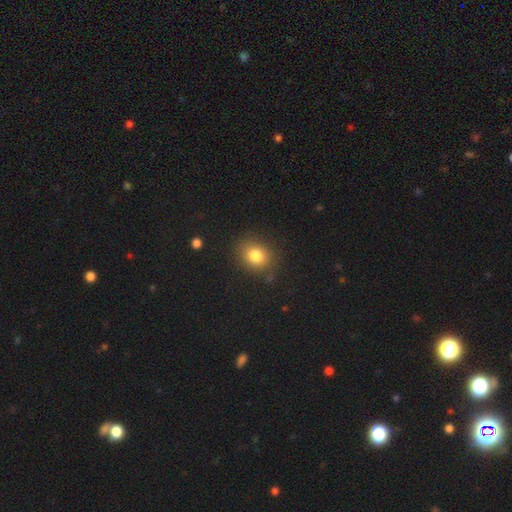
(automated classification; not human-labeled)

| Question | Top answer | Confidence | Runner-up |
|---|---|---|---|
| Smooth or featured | smooth | 81% | star or artifact (12%) |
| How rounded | round | 59% | in between (40%) |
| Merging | none | 84% | minor disturbance (11%) |